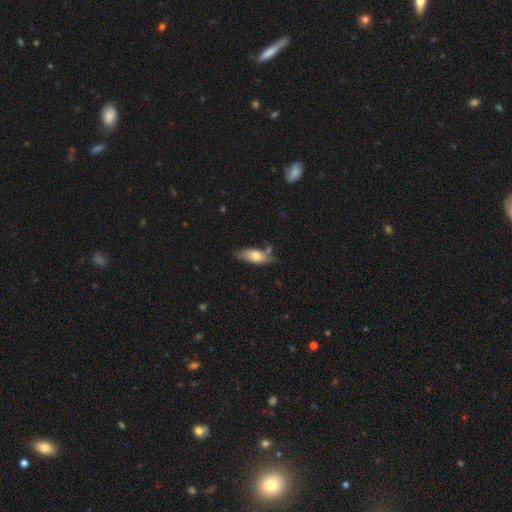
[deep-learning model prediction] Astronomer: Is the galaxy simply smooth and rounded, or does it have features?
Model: smooth — 68%.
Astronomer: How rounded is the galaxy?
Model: in between — 73%.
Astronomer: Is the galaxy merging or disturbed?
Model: none — 59%.